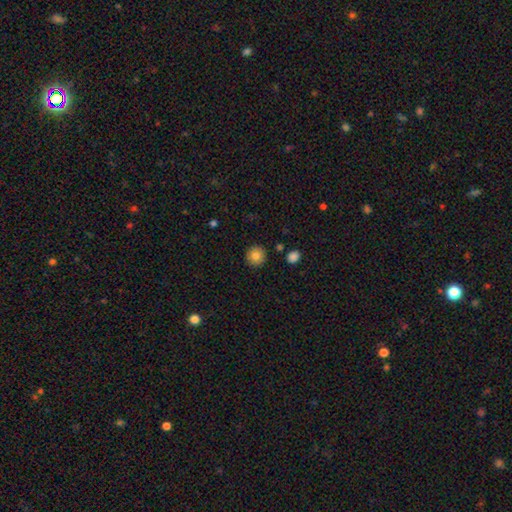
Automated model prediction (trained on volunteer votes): smooth 83%, star or artifact 9%, featured or disk 8%. Down the decision tree: how rounded — round (94%); merging — none (90%).